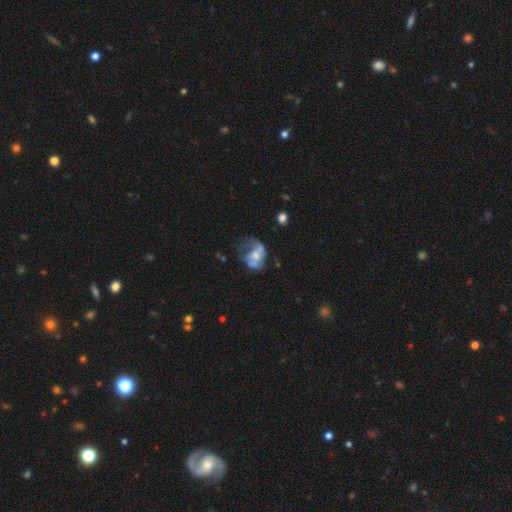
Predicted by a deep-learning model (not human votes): A featured or disk galaxy (61%) with no bar (74%), no spiral arms (51%) and a moderate central bulge (45%). Merging: major disturbance (44%).